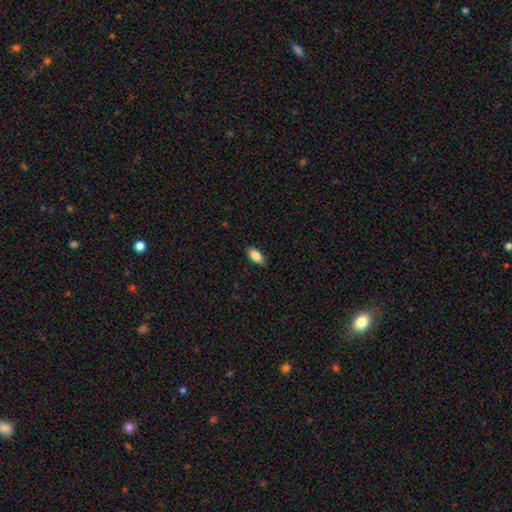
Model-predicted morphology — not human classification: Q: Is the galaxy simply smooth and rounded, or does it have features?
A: smooth — 84%.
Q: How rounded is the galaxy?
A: in between — 88%.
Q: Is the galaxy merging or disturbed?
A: none — 88%.